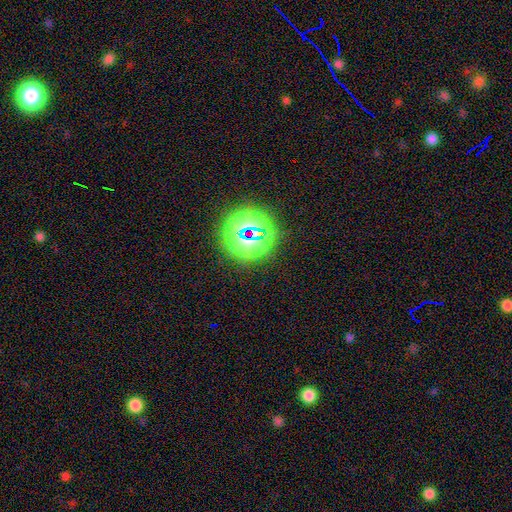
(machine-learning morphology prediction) type=star or artifact (71%).